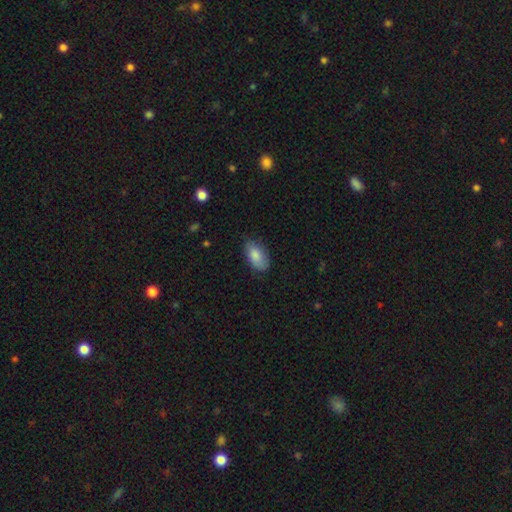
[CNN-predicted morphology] A smooth galaxy with no disk features (84%) that is in between round and cigar-shaped (93%).

Vote fractions:
- Smooth or featured? smooth: 84% / featured or disk: 9% / star or artifact: 6%
- How rounded? in between: 93% / round: 4% / cigar-shaped: 3%
- Merging? none: 76% / minor disturbance: 19% / major disturbance: 3% / merger: 1%